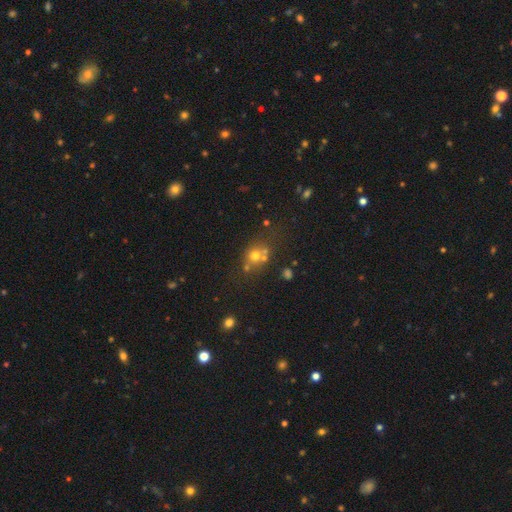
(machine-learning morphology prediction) type=smooth (55%); roundness=round (78%); merging=none (53%).